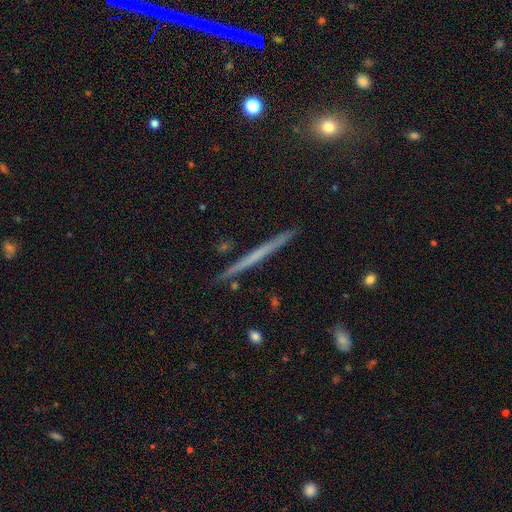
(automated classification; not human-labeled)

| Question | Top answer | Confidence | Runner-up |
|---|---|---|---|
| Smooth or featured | featured or disk | 56% | smooth (37%) |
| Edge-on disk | yes | 98% | no (2%) |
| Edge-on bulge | none | 90% | rounded (7%) |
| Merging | none | 91% | minor disturbance (6%) |